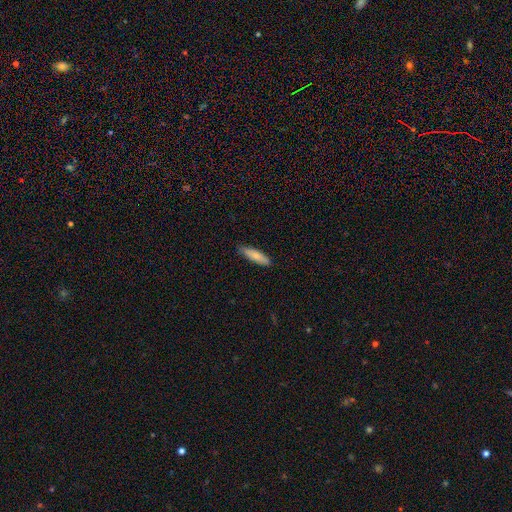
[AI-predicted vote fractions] Smooth or featured? smooth (81%)
How rounded? cigar-shaped (64%)
Merging? none (83%)